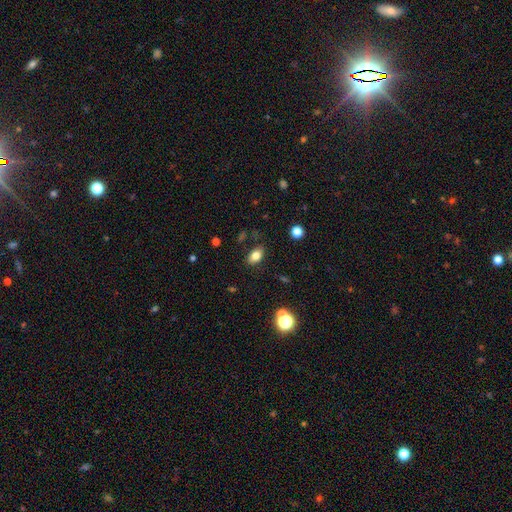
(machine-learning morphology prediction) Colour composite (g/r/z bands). It shows a smooth galaxy with no disk features (80%) that is in between round and cigar-shaped (87%). Merging: none (84%).